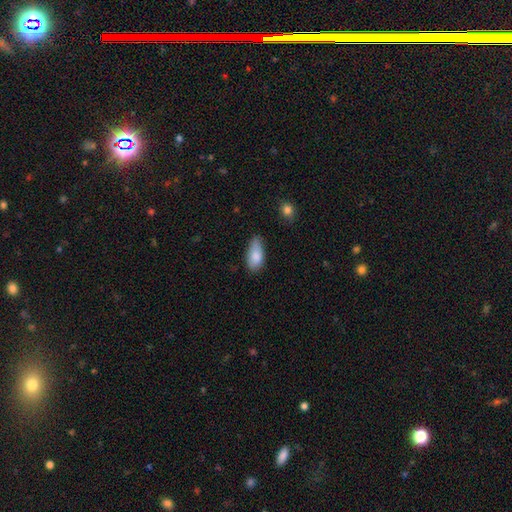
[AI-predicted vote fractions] This is clearly a smooth galaxy (84%). How rounded: clearly in between (89%). Merging: possibly none (56%).